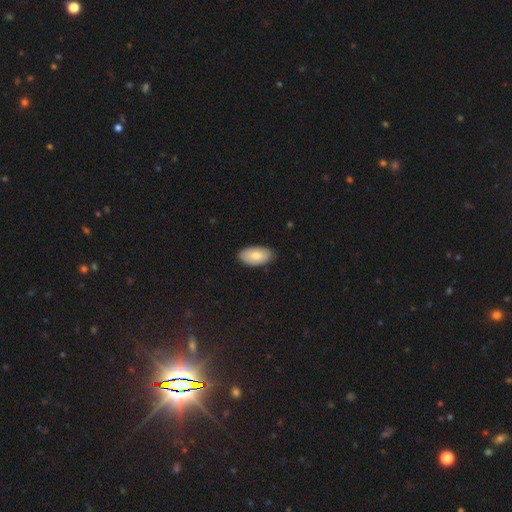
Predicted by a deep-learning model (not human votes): Morphology: type=smooth (81%); roundness=in between (95%); merging=none (86%).